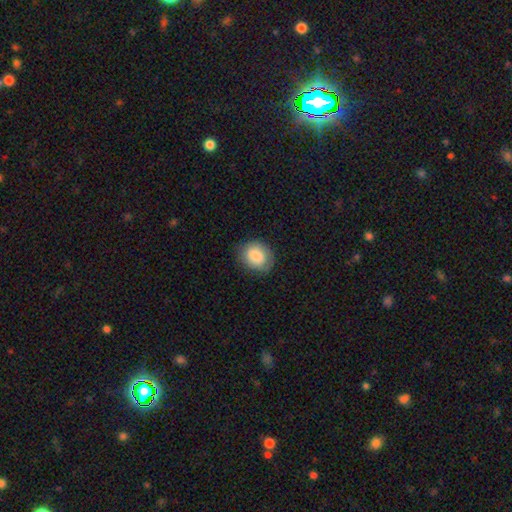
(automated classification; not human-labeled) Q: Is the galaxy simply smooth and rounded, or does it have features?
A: smooth — 83%.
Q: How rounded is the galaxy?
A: round — 58%.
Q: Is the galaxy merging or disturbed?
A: none — 79%.